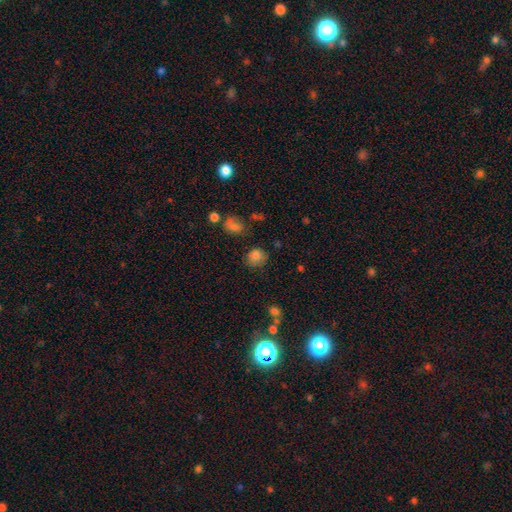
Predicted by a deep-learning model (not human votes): smooth 81%, star or artifact 12%, featured or disk 7%. Down the decision tree: how rounded — round (77%); merging — none (73%).